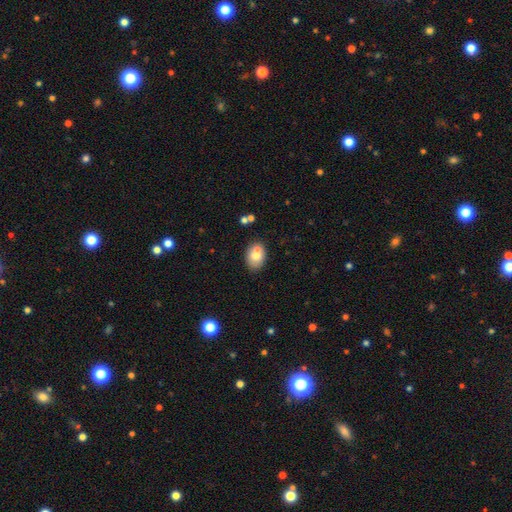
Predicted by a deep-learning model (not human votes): Smooth or featured: smooth — 72% (featured or disk — 19%)
How rounded: in between — 75% (round — 24%)
Merging: none — 60% (merger — 23%)